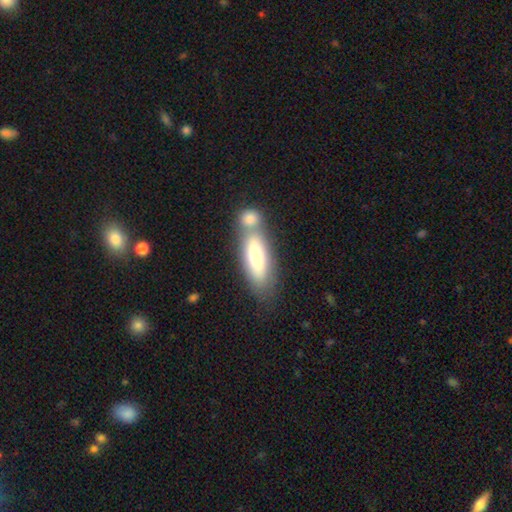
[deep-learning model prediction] Smooth or featured: smooth — 68% (featured or disk — 26%)
How rounded: in between — 60% (cigar-shaped — 38%)
Merging: merger — 49% (none — 37%)